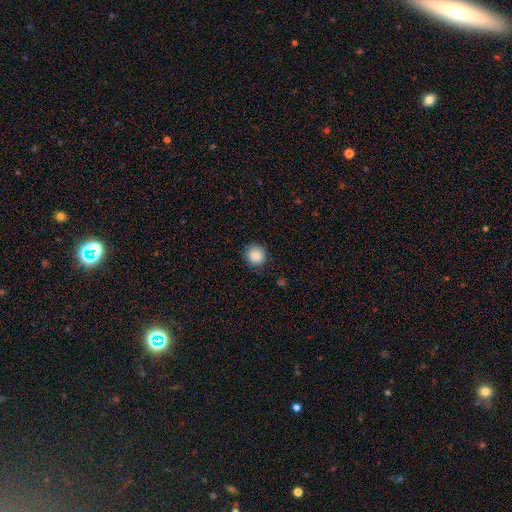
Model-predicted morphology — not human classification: smooth_or_featured: smooth (p=0.88) [alt: star or artifact p=0.09]
how_rounded: round (p=0.90) [alt: in between p=0.09]
merging: none (p=0.88) [alt: minor disturbance p=0.08]